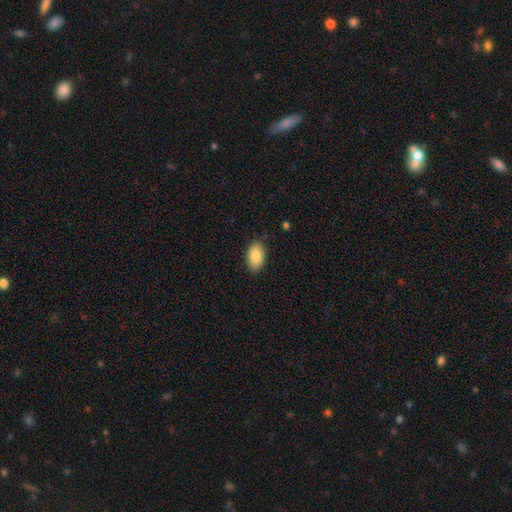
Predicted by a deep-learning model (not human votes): Morphology: type=smooth (86%); roundness=in between (93%); merging=none (87%).